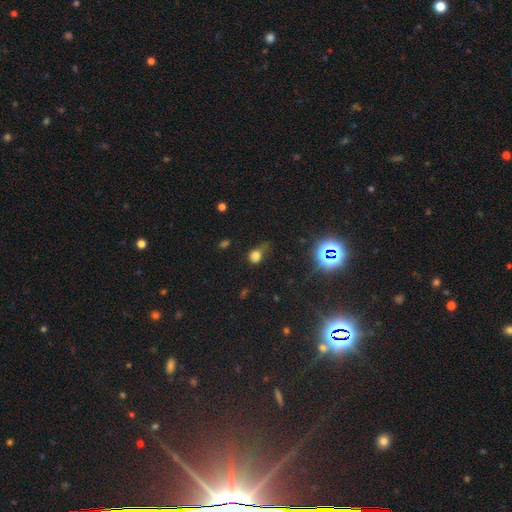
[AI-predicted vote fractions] This appears to be a smooth galaxy with no disk features (69%) that is round (58%). Merging: none (36%).